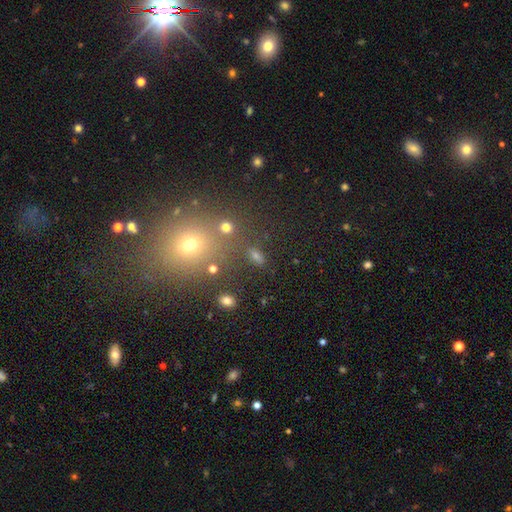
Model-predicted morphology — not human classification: smooth_or_featured: smooth (p=0.62) [alt: star or artifact p=0.27]
how_rounded: in between (p=0.68) [alt: round p=0.25]
merging: none (p=0.75) [alt: minor disturbance p=0.11]